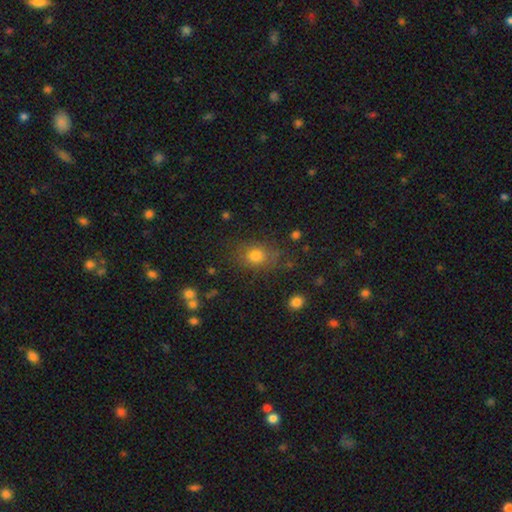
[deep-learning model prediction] Smooth or featured? Predicted: smooth (p=0.77). How rounded? Predicted: round (p=0.51). Merging? Predicted: none (p=0.74).